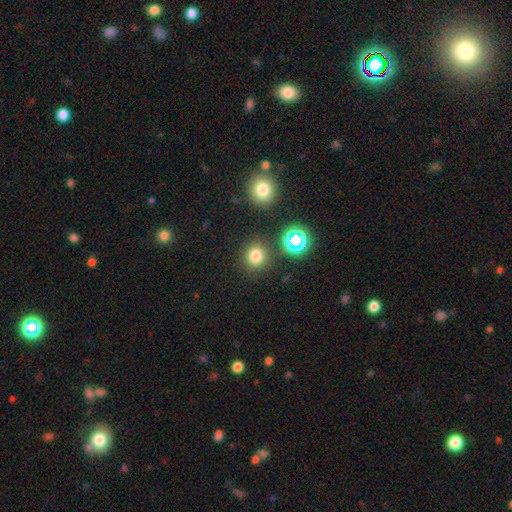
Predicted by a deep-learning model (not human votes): This appears to be a smooth galaxy with no disk features (73%) that is round (91%). Merging: none (86%).